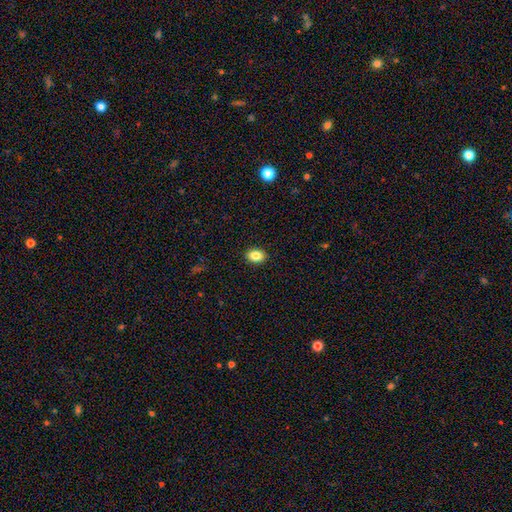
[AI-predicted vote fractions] Q: Smooth or featured?
A: smooth (85%); runner-up: star or artifact (9%)
Q: How rounded?
A: in between (74%); runner-up: round (24%)
Q: Merging?
A: none (91%); runner-up: minor disturbance (7%)